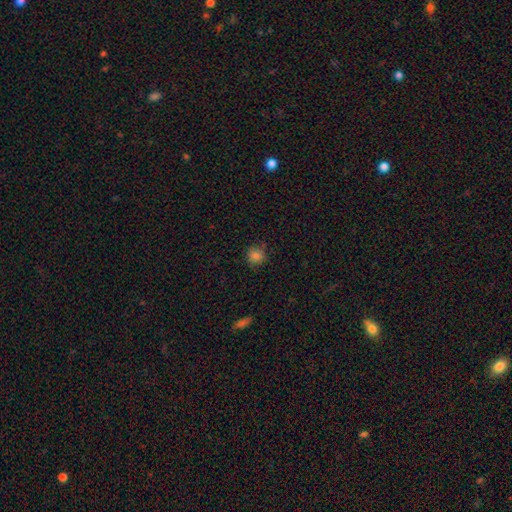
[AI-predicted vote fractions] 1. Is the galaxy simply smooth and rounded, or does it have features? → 83% smooth, 12% star or artifact, 5% featured or disk.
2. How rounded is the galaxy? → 90% round, 9% in between, 1% cigar-shaped.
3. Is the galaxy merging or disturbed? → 83% none, 12% minor disturbance, 3% major disturbance, 2% merger.